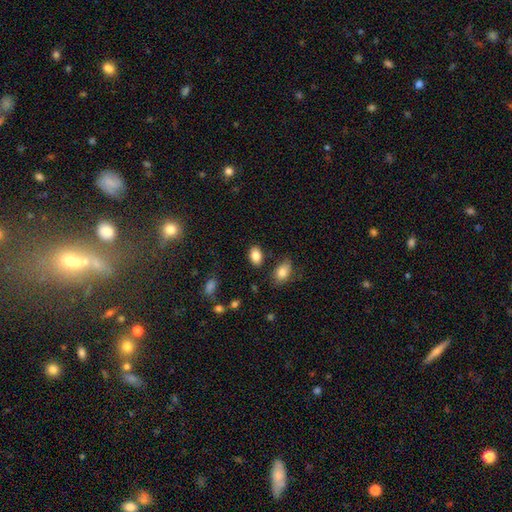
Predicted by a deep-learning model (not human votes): Smooth or featured? smooth (85%)
How rounded? in between (86%)
Merging? none (82%)